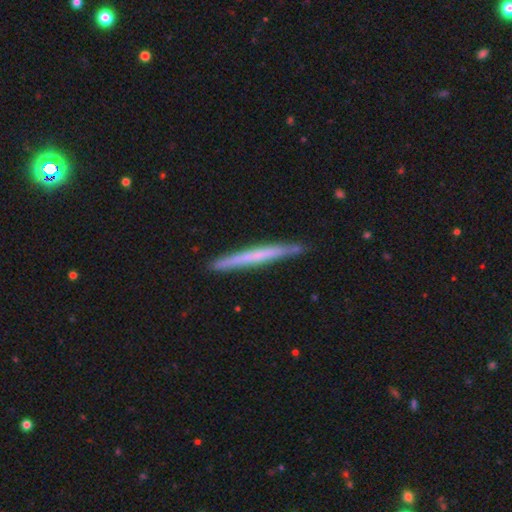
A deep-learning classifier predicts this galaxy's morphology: Q: Smooth or featured?
A: featured or disk (48%); runner-up: smooth (47%)
Q: Merging?
A: none (88%); runner-up: minor disturbance (10%)